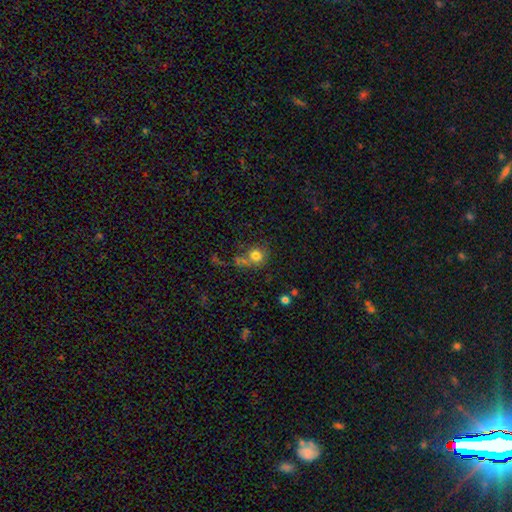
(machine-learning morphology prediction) Smooth or featured?
  - smooth: 77% *
  - star or artifact: 13%
  - featured or disk: 10%
How rounded?
  - round: 83% *
  - in between: 16%
  - cigar-shaped: 1%
Merging?
  - none: 50% *
  - merger: 25%
  - minor disturbance: 14%
  - major disturbance: 10%